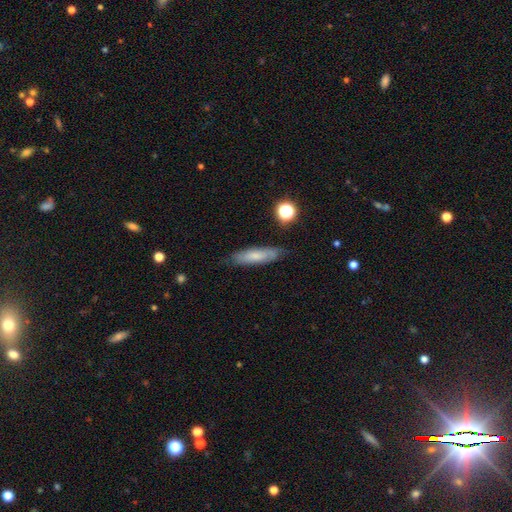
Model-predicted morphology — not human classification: Overall: smooth (66%; featured or disk 27%). How rounded: cigar-shaped (71%). Merging: none (80%).